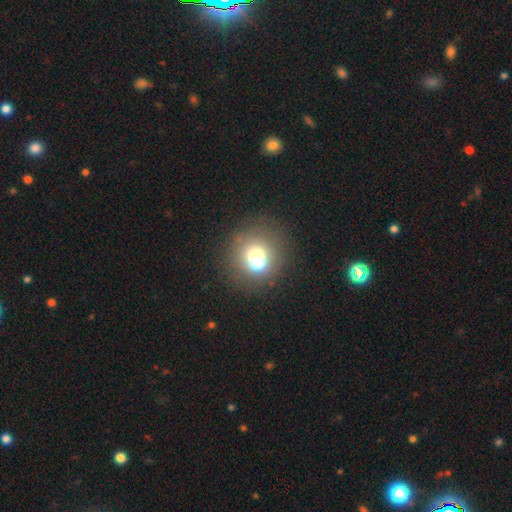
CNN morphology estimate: Smooth or featured: smooth — 64% (featured or disk — 22%)
How rounded: round — 87% (in between — 12%)
Merging: none — 51% (merger — 36%)